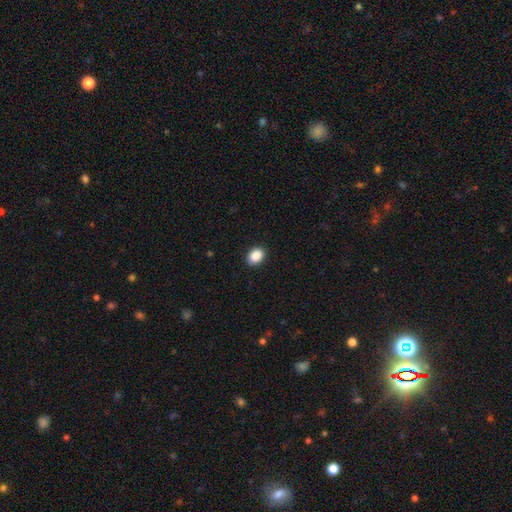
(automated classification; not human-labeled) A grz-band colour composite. It shows a smooth galaxy with no disk features (89%) that is in between round and cigar-shaped (68%). Merging: none (91%).